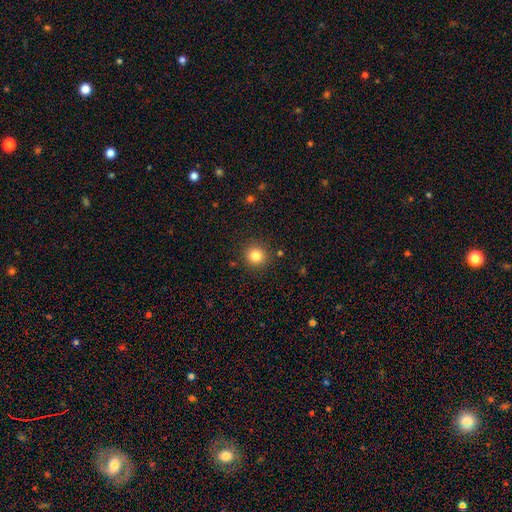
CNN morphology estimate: Smooth or featured? smooth (82%)
How rounded? round (92%)
Merging? none (89%)